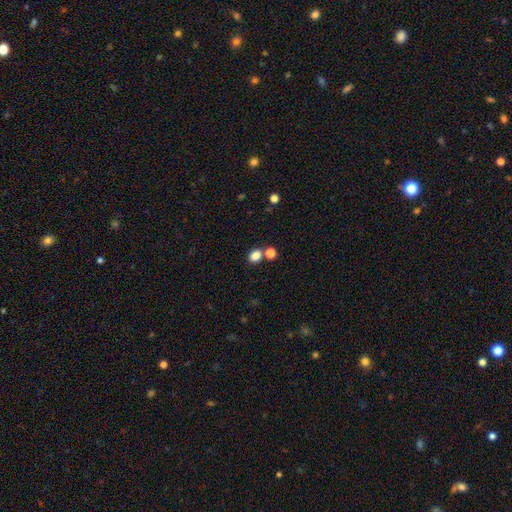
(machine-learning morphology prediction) The model was most divided on "how rounded": in between: 54%, round: 45%, cigar-shaped: 1%. More confident: smooth or featured — smooth (83%); merging — none (65%).